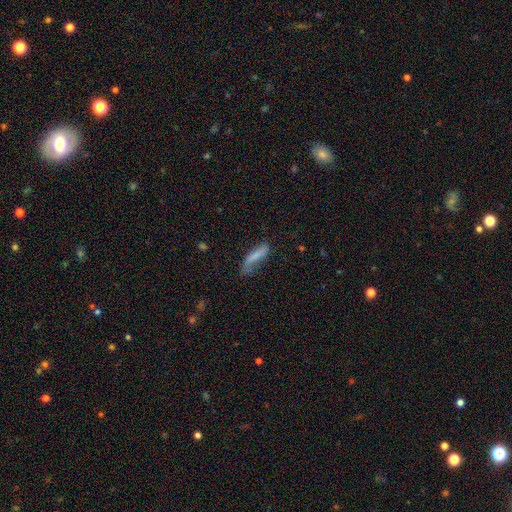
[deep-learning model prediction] Smooth or featured?
  - smooth: 64% *
  - featured or disk: 28%
  - star or artifact: 8%
How rounded?
  - cigar-shaped: 72% *
  - in between: 26%
  - round: 2%
Merging?
  - none: 42% *
  - minor disturbance: 31%
  - major disturbance: 22%
  - merger: 5%